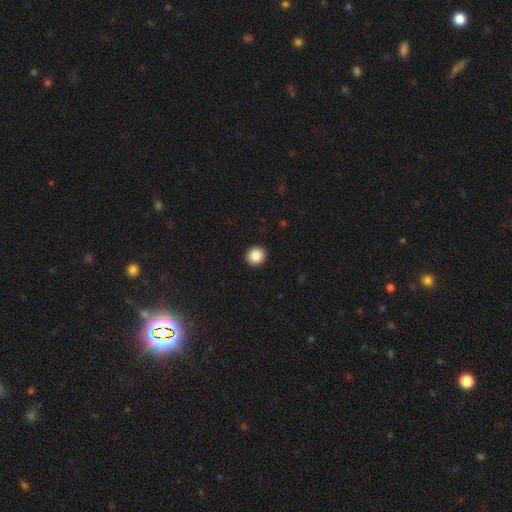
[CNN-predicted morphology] Q: Smooth or featured?
A: smooth (88%); runner-up: star or artifact (9%)
Q: How rounded?
A: round (92%); runner-up: in between (7%)
Q: Merging?
A: none (93%); runner-up: minor disturbance (4%)